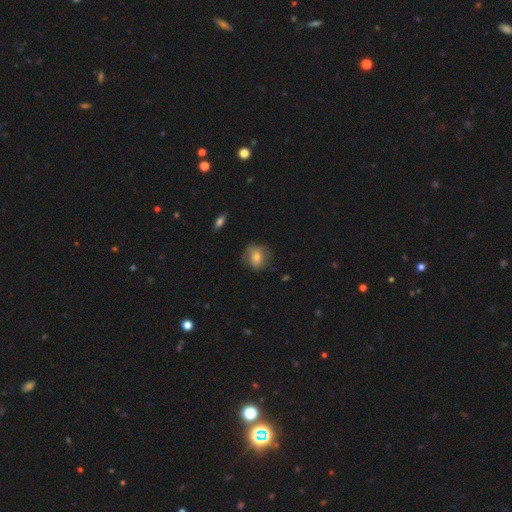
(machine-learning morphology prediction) Smooth or featured: smooth — 59% (featured or disk — 29%)
How rounded: round — 78% (in between — 20%)
Merging: none — 75% (minor disturbance — 19%)